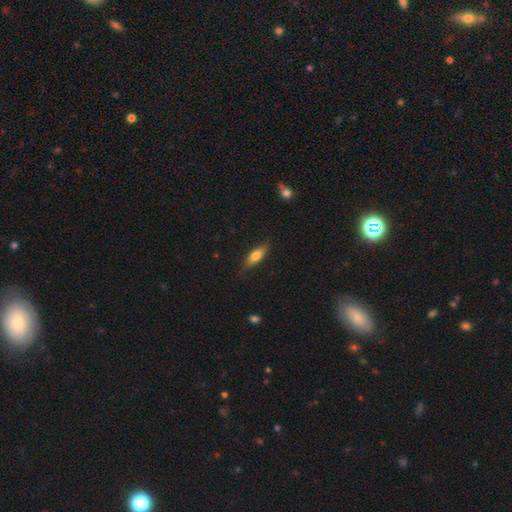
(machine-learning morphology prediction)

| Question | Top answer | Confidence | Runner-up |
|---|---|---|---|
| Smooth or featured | smooth | 72% | featured or disk (22%) |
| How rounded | in between | 59% | cigar-shaped (38%) |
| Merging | none | 82% | minor disturbance (14%) |